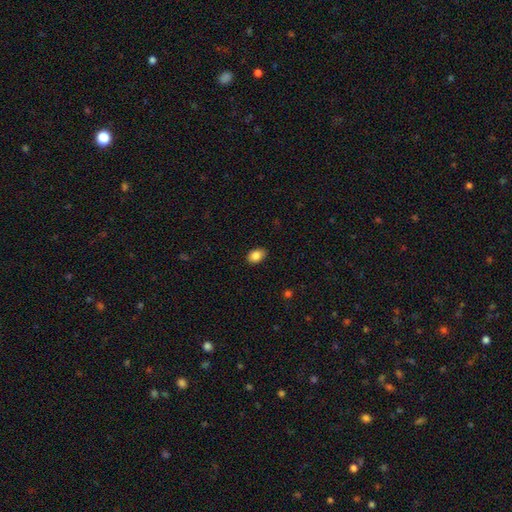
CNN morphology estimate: smooth_or_featured: smooth (p=0.87) [alt: star or artifact p=0.08]
how_rounded: in between (p=0.81) [alt: round p=0.18]
merging: none (p=0.86) [alt: minor disturbance p=0.10]